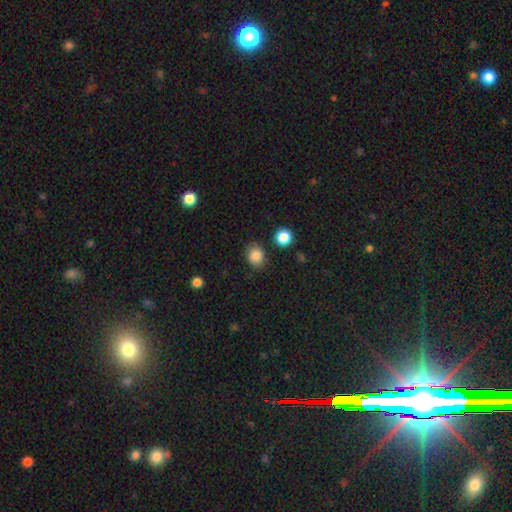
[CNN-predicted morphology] Smooth or featured: smooth — 86% (star or artifact — 10%)
How rounded: round — 61% (in between — 38%)
Merging: none — 82% (minor disturbance — 11%)